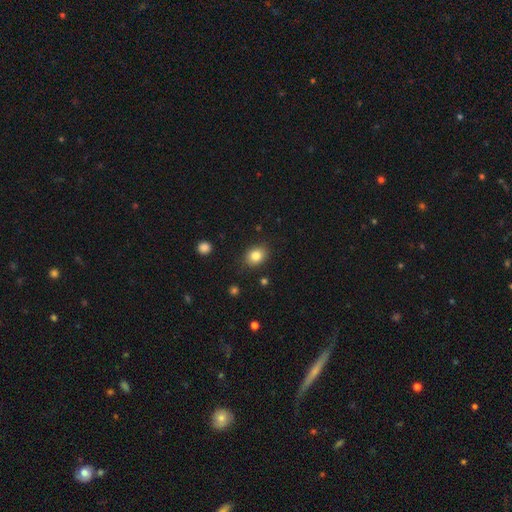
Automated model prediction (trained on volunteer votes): smooth-or-featured: smooth: 83% | star or artifact: 9% | featured or disk: 7%
  how-rounded: in between: 55% | round: 44% | cigar-shaped: 1%
  merging: none: 85% | minor disturbance: 11% | major disturbance: 3% | merger: 2%